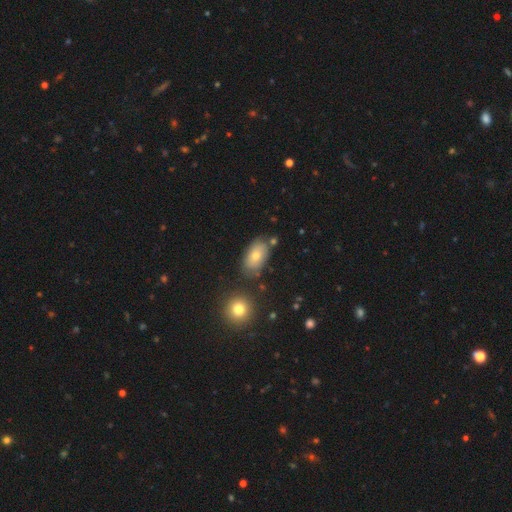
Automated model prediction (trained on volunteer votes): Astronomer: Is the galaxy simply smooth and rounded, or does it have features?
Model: smooth — 70%.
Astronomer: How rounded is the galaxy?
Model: in between — 89%.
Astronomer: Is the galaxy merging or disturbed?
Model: none — 77%.